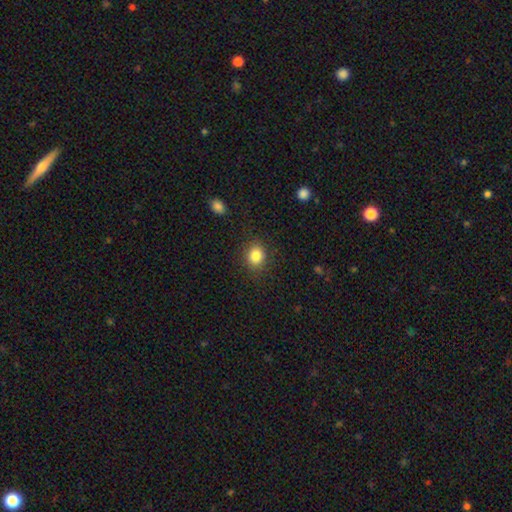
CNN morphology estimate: This is clearly a smooth galaxy (84%). How rounded: likely round (64%). Merging: clearly none (85%).